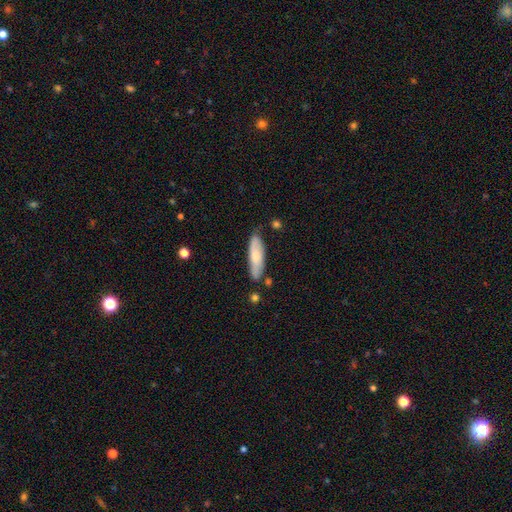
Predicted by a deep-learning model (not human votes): A smooth galaxy with no disk features (70%) that is cigar-shaped (56%). Merging: none (76%).